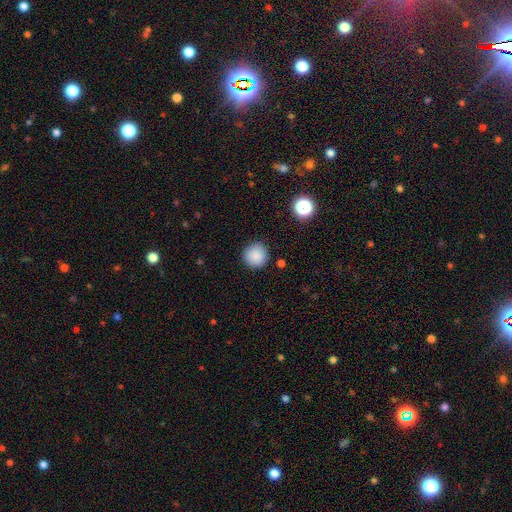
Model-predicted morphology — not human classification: Smooth or featured: smooth — 87% (star or artifact — 9%)
How rounded: round — 95% (in between — 4%)
Merging: none — 89% (minor disturbance — 7%)